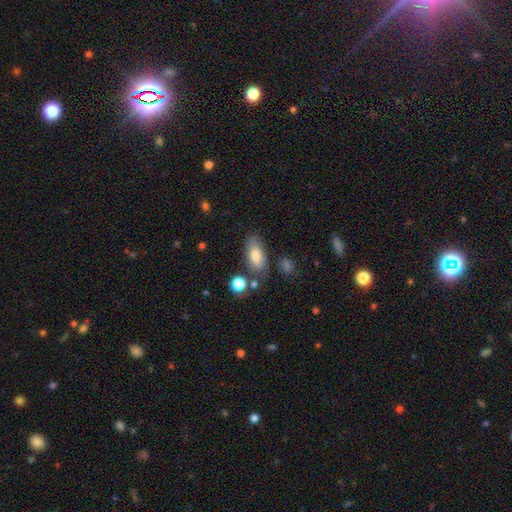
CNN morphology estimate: A smooth galaxy with no disk features (78%) that is in between round and cigar-shaped (85%).

Vote fractions:
- Smooth or featured? smooth: 78% / featured or disk: 14% / star or artifact: 8%
- How rounded? in between: 85% / cigar-shaped: 11% / round: 4%
- Merging? none: 71% / minor disturbance: 16% / merger: 7% / major disturbance: 5%